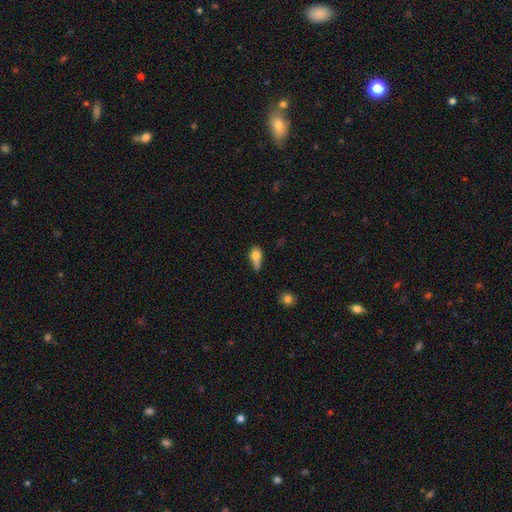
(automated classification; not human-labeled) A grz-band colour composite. It shows a smooth galaxy with no disk features (71%) that is in between round and cigar-shaped (62%). Merging: minor disturbance (30%).